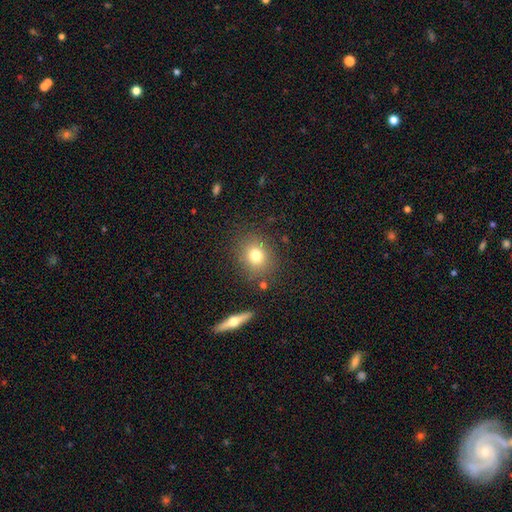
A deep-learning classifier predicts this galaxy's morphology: This is likely a smooth galaxy (76%). How rounded: likely round (76%). Merging: clearly none (82%).